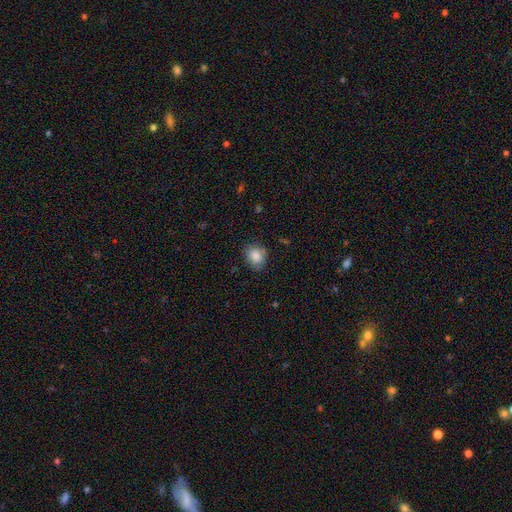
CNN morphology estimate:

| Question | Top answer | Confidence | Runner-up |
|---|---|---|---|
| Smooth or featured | smooth | 85% | star or artifact (8%) |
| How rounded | round | 50% | in between (49%) |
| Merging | none | 76% | minor disturbance (17%) |